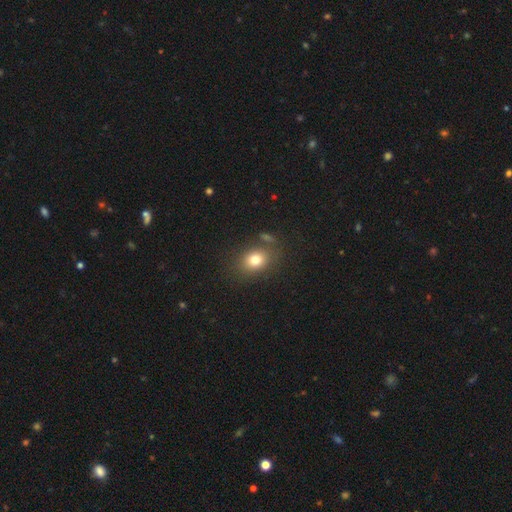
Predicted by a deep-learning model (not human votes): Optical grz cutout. It shows a smooth galaxy with no disk features (76%) that is in between round and cigar-shaped (52%). Merging: none (77%).